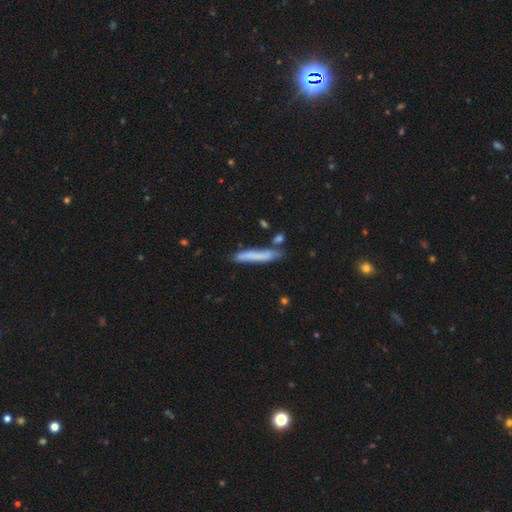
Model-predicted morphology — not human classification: Smooth or featured: smooth — 70% (featured or disk — 23%)
How rounded: cigar-shaped — 93% (in between — 6%)
Merging: none — 70% (minor disturbance — 17%)